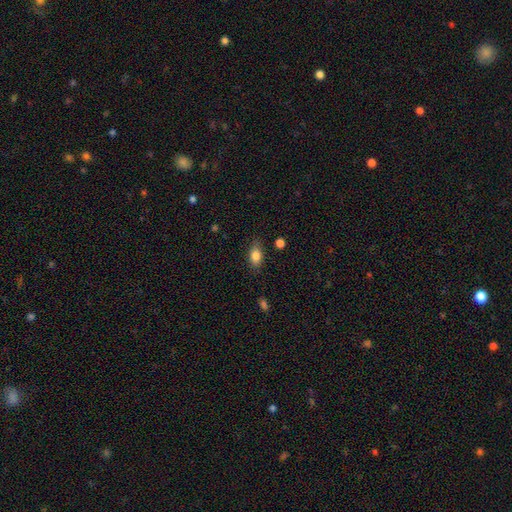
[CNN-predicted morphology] Q: Smooth or featured?
A: smooth (84%); runner-up: star or artifact (8%)
Q: How rounded?
A: in between (84%); runner-up: round (11%)
Q: Merging?
A: none (80%); runner-up: minor disturbance (15%)